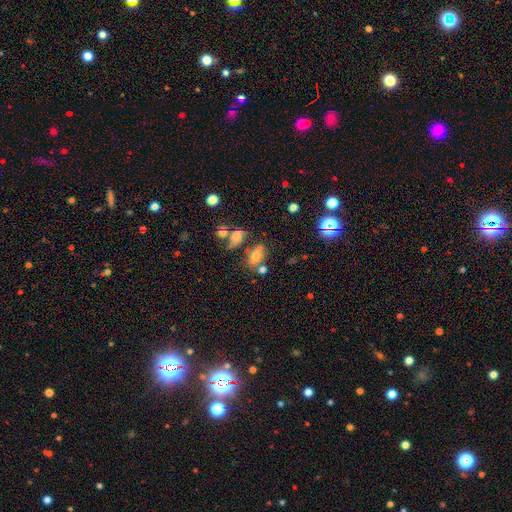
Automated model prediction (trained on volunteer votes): A smooth galaxy with no disk features (58%) that is in between round and cigar-shaped (71%). Merging: none (44%).